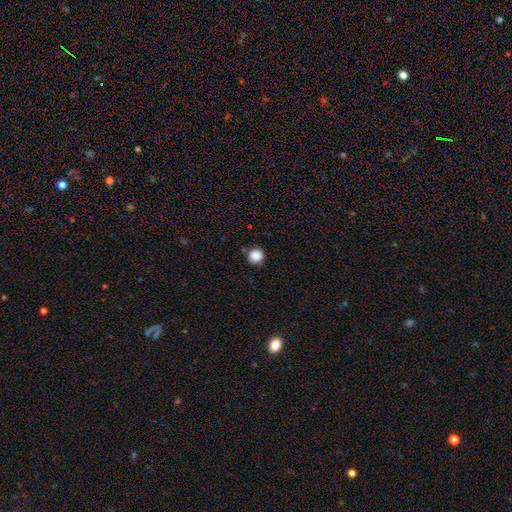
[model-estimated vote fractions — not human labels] Q: Smooth or featured?
A: smooth (87%); runner-up: star or artifact (11%)
Q: How rounded?
A: round (94%); runner-up: in between (5%)
Q: Merging?
A: none (84%); runner-up: minor disturbance (10%)